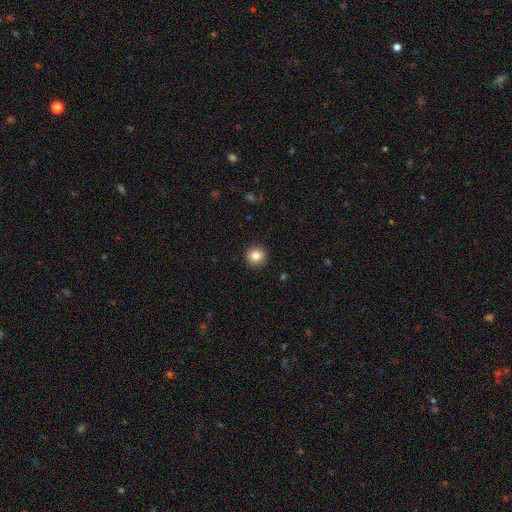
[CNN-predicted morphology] This is clearly a smooth galaxy (84%). How rounded: clearly round (94%). Merging: clearly none (92%).